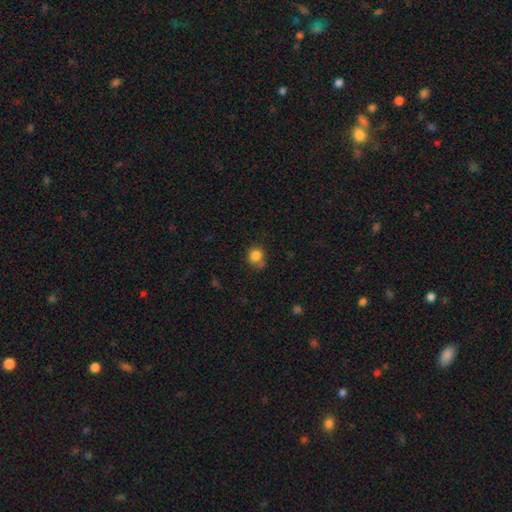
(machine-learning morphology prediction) type=smooth (83%); roundness=round (78%); merging=none (60%).